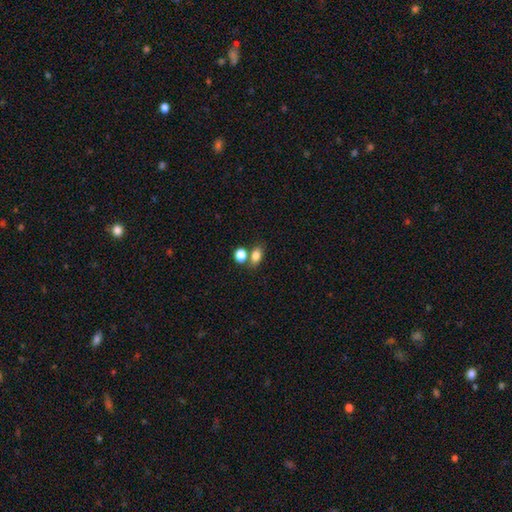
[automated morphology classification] A smooth galaxy with no disk features (81%) that is in between round and cigar-shaped (77%). Merging: none (58%).